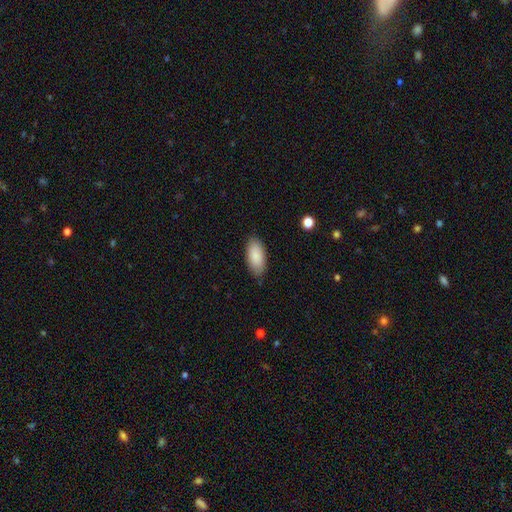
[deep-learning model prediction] smooth-or-featured: smooth: 88% | featured or disk: 6% | star or artifact: 6%
  how-rounded: in between: 91% | cigar-shaped: 7% | round: 2%
  merging: none: 84% | minor disturbance: 12% | major disturbance: 3% | merger: 1%